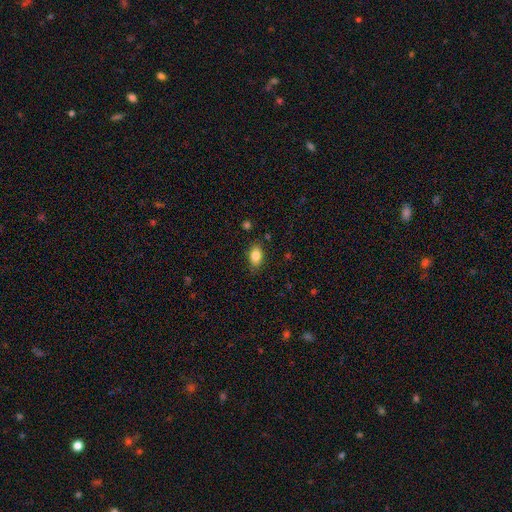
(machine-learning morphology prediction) Smooth or featured? Predicted: smooth (p=0.85). How rounded? Predicted: in between (p=0.87). Merging? Predicted: none (p=0.84).